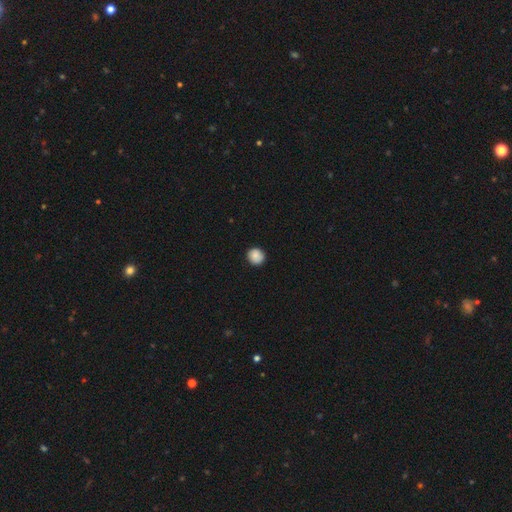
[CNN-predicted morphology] smooth-or-featured: smooth: 87% | star or artifact: 8% | featured or disk: 4%
  how-rounded: round: 91% | in between: 8% | cigar-shaped: 1%
  merging: none: 90% | minor disturbance: 7% | major disturbance: 2% | merger: 1%